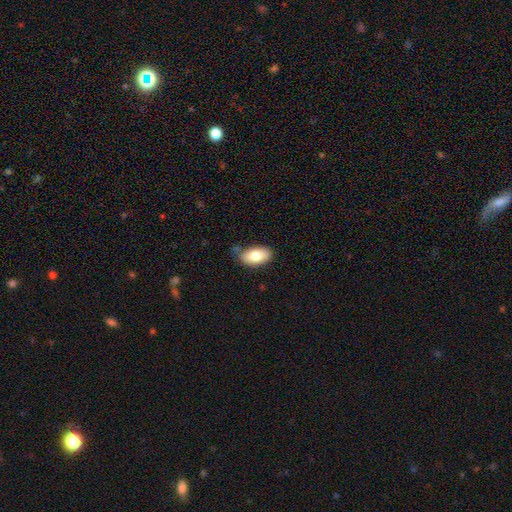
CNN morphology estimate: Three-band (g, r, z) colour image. It shows a smooth galaxy with no disk features (79%) that is in between round and cigar-shaped (93%). Merging: none (71%).